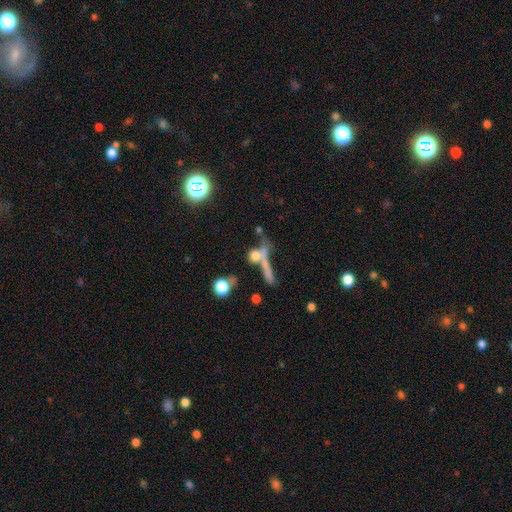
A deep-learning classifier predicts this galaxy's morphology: smooth-or-featured: star or artifact: 37% | smooth: 32% | featured or disk: 31%